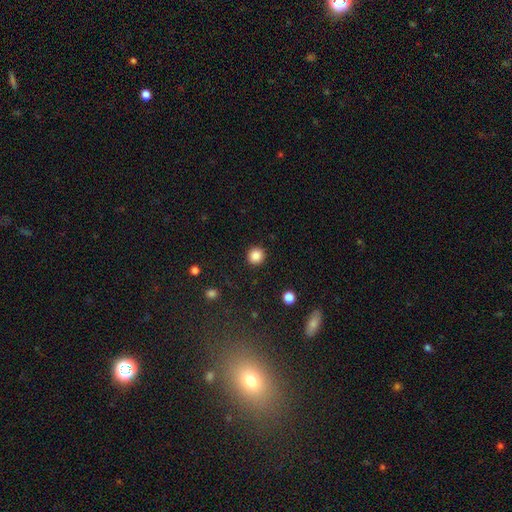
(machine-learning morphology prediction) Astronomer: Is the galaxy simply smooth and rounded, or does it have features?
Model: smooth — 87%.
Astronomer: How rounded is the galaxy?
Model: round — 93%.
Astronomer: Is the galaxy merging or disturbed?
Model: none — 92%.